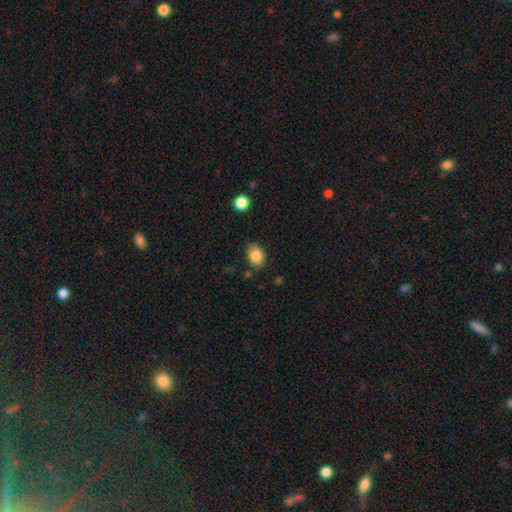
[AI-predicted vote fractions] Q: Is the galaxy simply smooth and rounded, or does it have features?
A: smooth — 85%.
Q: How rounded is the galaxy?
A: in between — 65%.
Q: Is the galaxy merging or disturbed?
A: none — 79%.